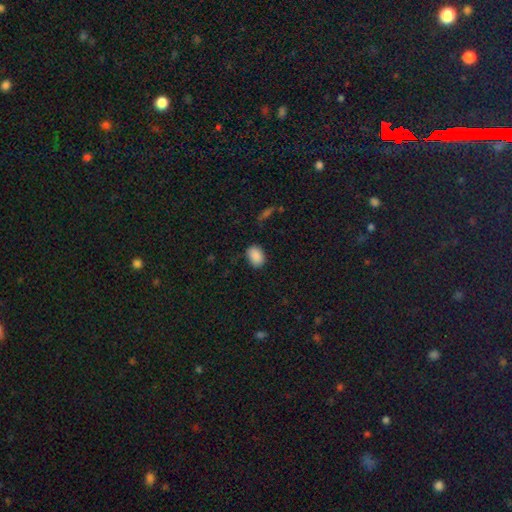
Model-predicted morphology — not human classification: Smooth or featured: smooth — 88% (star or artifact — 9%)
How rounded: in between — 77% (round — 22%)
Merging: none — 81% (minor disturbance — 14%)